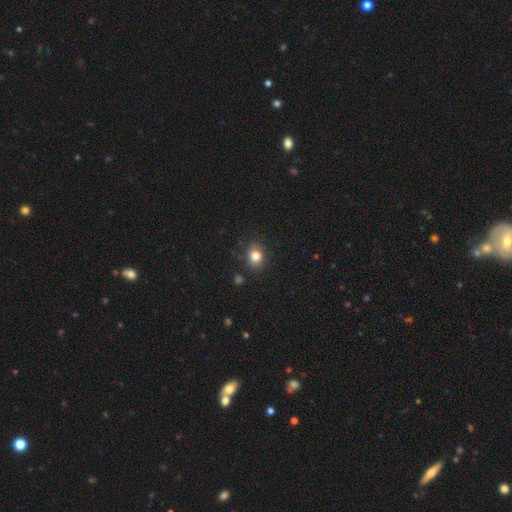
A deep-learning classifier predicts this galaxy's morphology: Smooth or featured?
  - smooth: 81% *
  - star or artifact: 12%
  - featured or disk: 8%
How rounded?
  - round: 61% *
  - in between: 38%
  - cigar-shaped: 1%
Merging?
  - none: 85% *
  - minor disturbance: 10%
  - major disturbance: 3%
  - merger: 2%